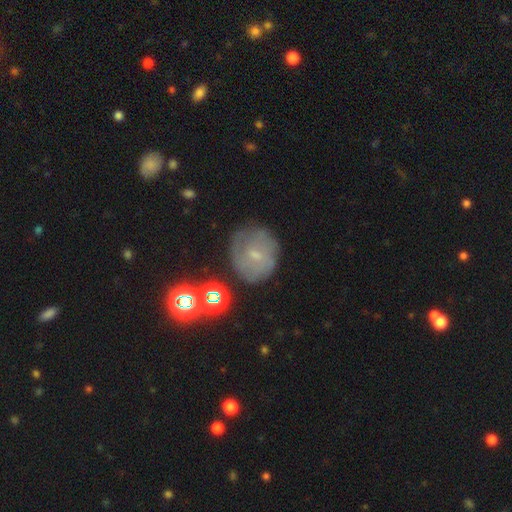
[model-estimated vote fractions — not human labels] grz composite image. It shows a smooth galaxy with no disk features (44%). Merging: none (67%).